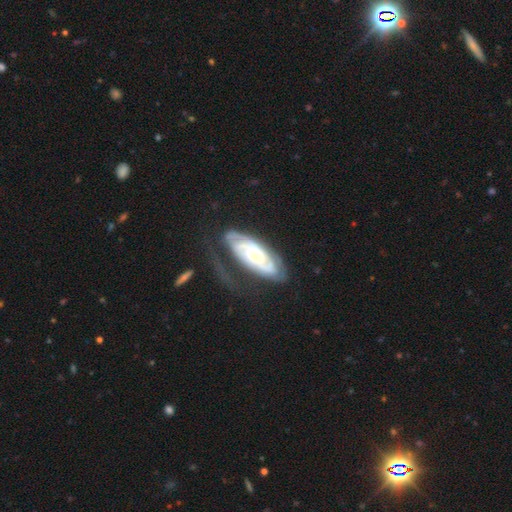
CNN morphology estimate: type=featured or disk (80%); edge-on=no (91%); bar=no (71%); spiral arms=yes (91%); winding=tight (63%); arm count=2 (40%); bulge=small (47%, tied with moderate); merging=none (45%).